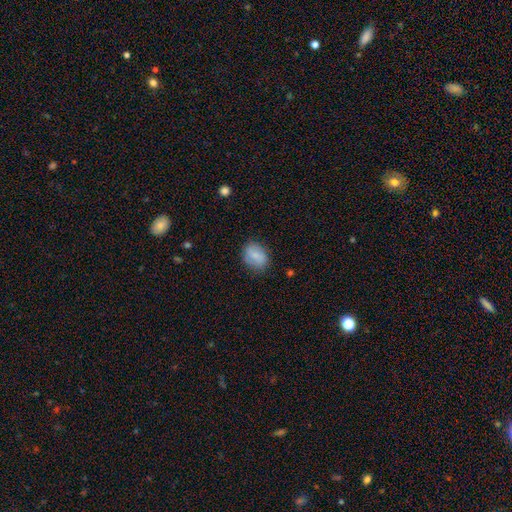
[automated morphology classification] smooth_or_featured: smooth (p=0.79) [alt: featured or disk p=0.13]
how_rounded: in between (p=0.65) [alt: round p=0.34]
merging: none (p=0.76) [alt: minor disturbance p=0.18]